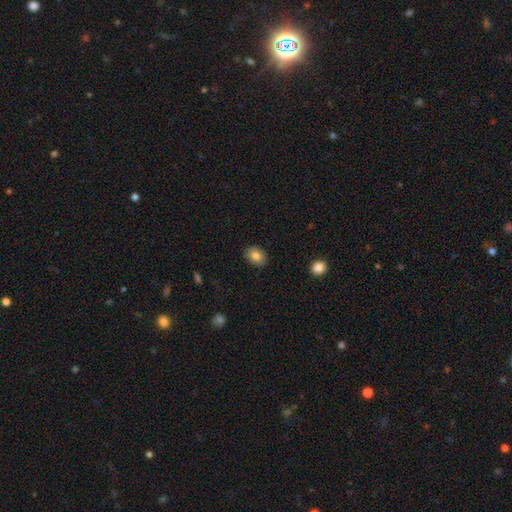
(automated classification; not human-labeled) smooth_or_featured: smooth (p=0.83) [alt: featured or disk p=0.09]
how_rounded: in between (p=0.66) [alt: round p=0.33]
merging: none (p=0.88) [alt: minor disturbance p=0.09]